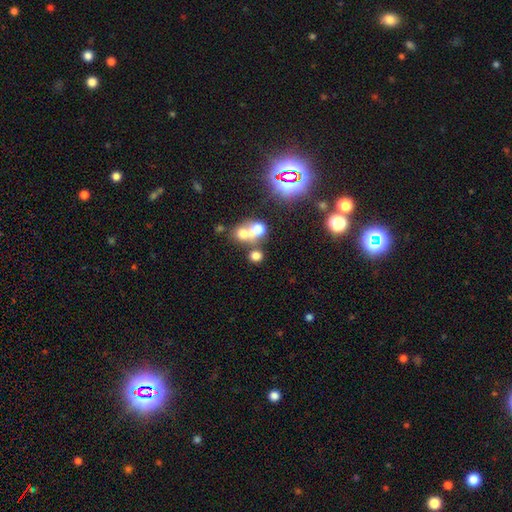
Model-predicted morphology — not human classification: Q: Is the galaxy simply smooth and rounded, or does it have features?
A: smooth — 64%.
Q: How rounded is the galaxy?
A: round — 79%.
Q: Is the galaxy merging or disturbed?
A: none — 47%.